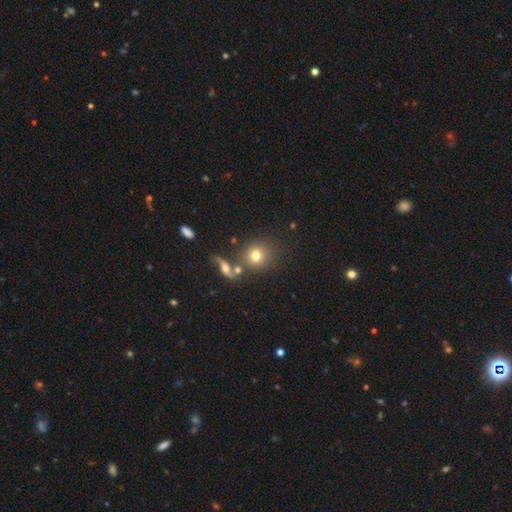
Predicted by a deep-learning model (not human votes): A smooth galaxy with no disk features (74%) that is round (83%).

Vote fractions:
- Smooth or featured? smooth: 74% / featured or disk: 14% / star or artifact: 11%
- How rounded? round: 83% / in between: 15% / cigar-shaped: 2%
- Merging? none: 68% / merger: 17% / minor disturbance: 11% / major disturbance: 5%